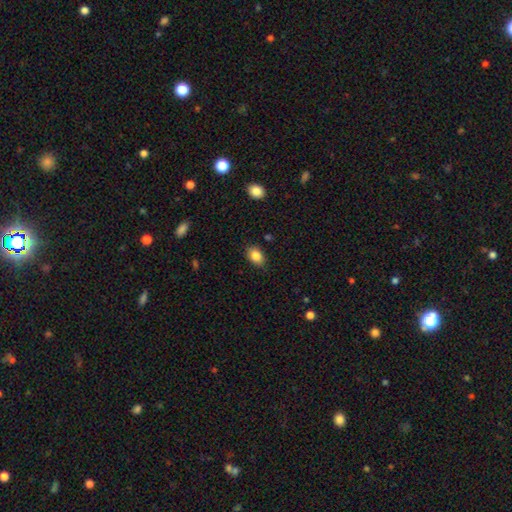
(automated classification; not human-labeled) A smooth galaxy with no disk features (86%) that is in between round and cigar-shaped (81%). Merging: none (85%).